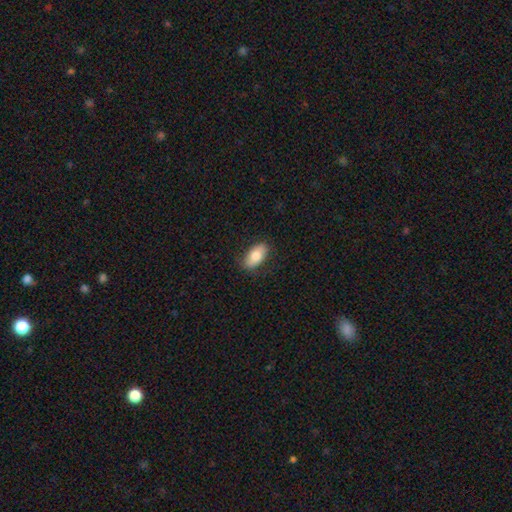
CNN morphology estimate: This is likely a smooth galaxy (78%). How rounded: clearly in between (92%). Merging: clearly none (83%).